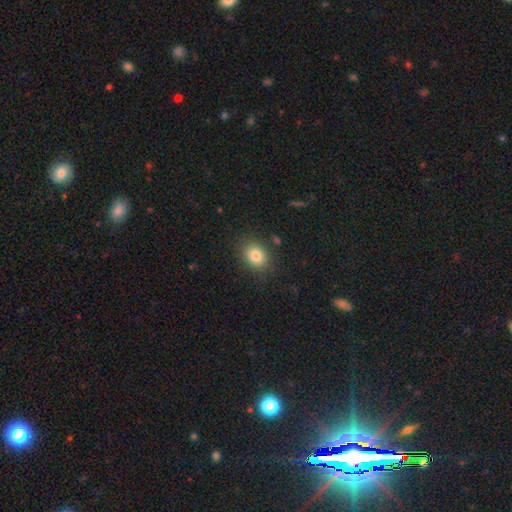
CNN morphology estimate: smooth-or-featured: smooth: 83% | star or artifact: 10% | featured or disk: 7%
  how-rounded: in between: 56% | round: 43% | cigar-shaped: 1%
  merging: none: 84% | minor disturbance: 11% | major disturbance: 3% | merger: 2%